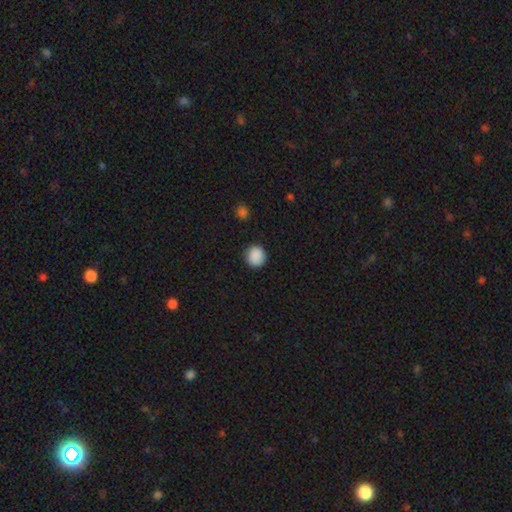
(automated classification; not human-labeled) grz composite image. It shows a smooth galaxy with no disk features (89%) that is round (92%). Merging: none (90%).